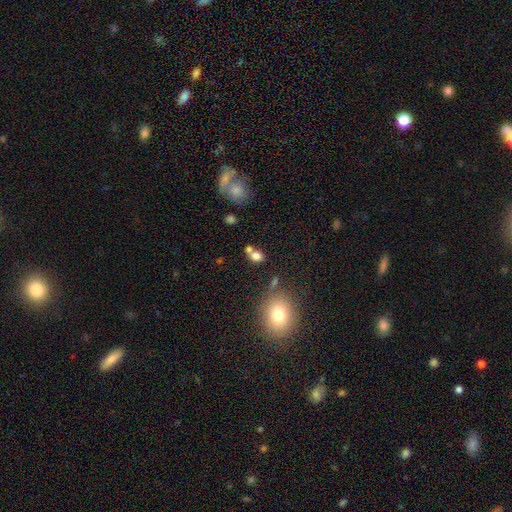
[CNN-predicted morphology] Smooth or featured? Predicted: smooth (p=0.78). How rounded? Predicted: in between (p=0.52). Merging? Predicted: none (p=0.47).